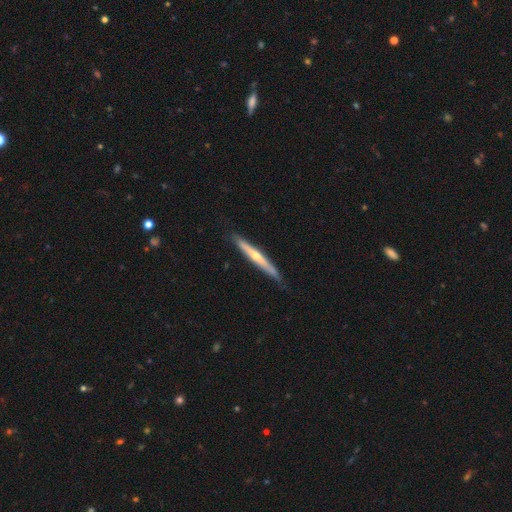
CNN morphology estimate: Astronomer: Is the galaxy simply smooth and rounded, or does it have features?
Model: featured or disk — 59% (runner-up: smooth, 36%).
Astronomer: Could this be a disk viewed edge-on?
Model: yes — 95%.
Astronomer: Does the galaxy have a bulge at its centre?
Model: rounded — 71%.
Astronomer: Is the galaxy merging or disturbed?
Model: none — 85%.